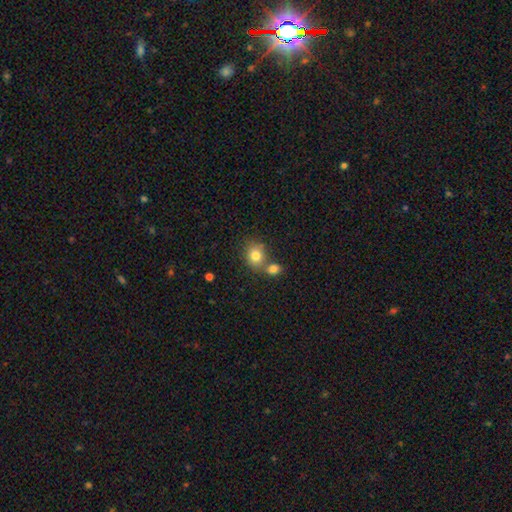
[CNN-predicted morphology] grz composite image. It shows a smooth galaxy with no disk features (80%) that is round (66%). Merging: none (51%).